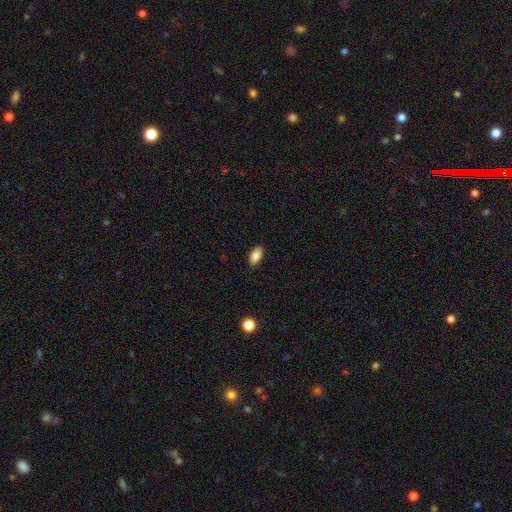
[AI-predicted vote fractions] smooth 86%, star or artifact 8%, featured or disk 7%. Down the decision tree: how rounded — in between (92%); merging — none (86%).